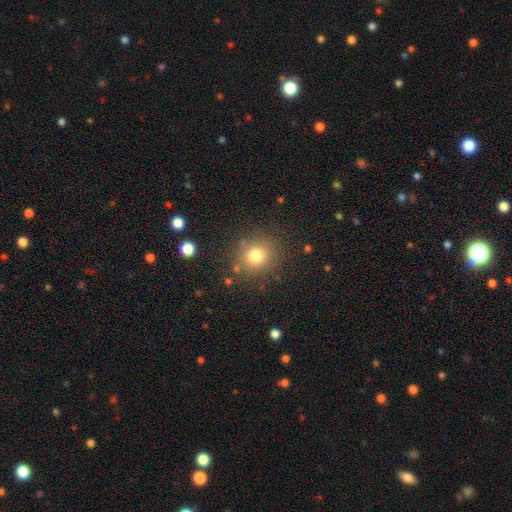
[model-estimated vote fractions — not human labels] smooth_or_featured: smooth (p=0.77) [alt: star or artifact p=0.14]
how_rounded: round (p=0.83) [alt: in between p=0.16]
merging: none (p=0.84) [alt: minor disturbance p=0.09]